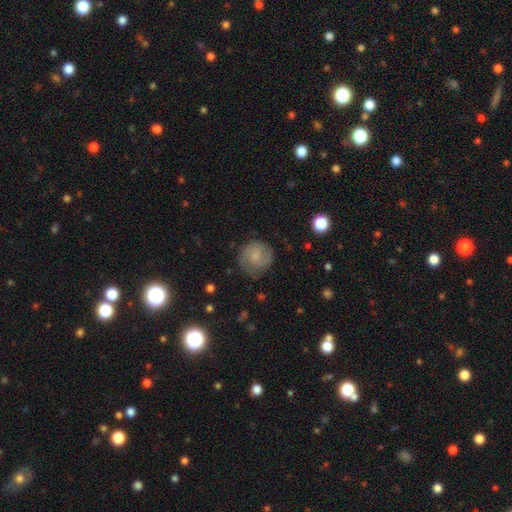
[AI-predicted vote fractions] Smooth or featured? Predicted: featured or disk (p=0.56). Edge-on disk? Predicted: no (p=0.98). Bar? Predicted: no (p=0.55). Spiral arms? Predicted: yes (p=0.89). Bulge size? Predicted: small (p=0.58). Merging? Predicted: none (p=0.77).